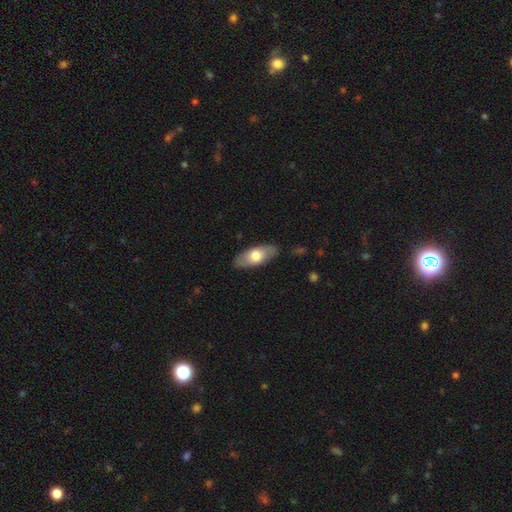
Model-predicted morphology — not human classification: type=smooth (64%); roundness=in between (84%); merging=none (85%).